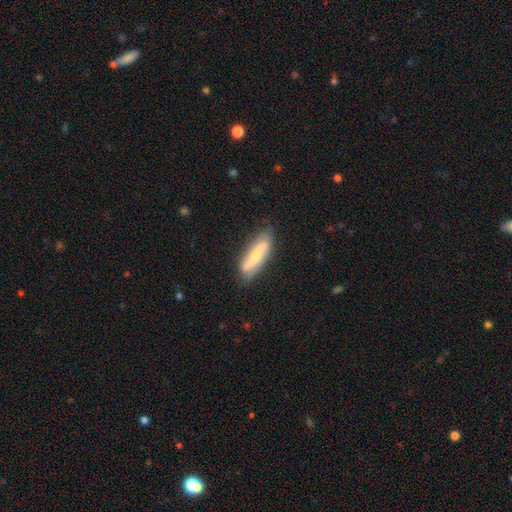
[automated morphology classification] Q: Smooth or featured?
A: featured or disk (54%); runner-up: smooth (40%)
Q: Edge-on disk?
A: no (67%); runner-up: yes (33%)
Q: Merging?
A: none (78%); runner-up: minor disturbance (17%)